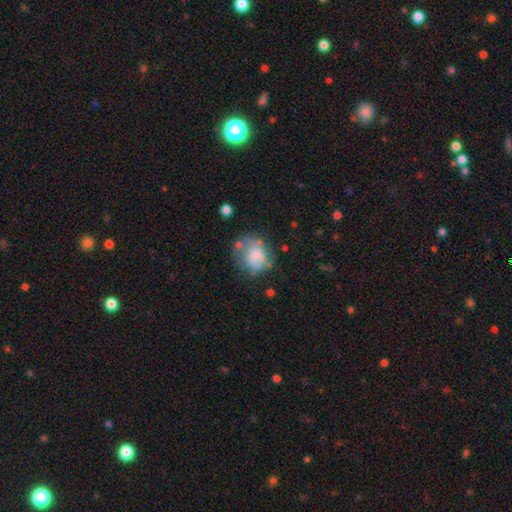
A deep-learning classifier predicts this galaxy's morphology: Q: Smooth or featured?
A: smooth (55%); runner-up: featured or disk (36%)
Q: How rounded?
A: round (62%); runner-up: in between (37%)
Q: Merging?
A: none (41%); runner-up: minor disturbance (25%)